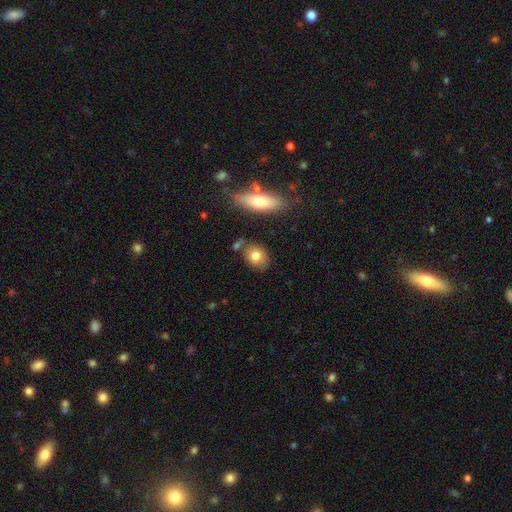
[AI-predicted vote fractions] Smooth or featured? Predicted: smooth (p=0.79). How rounded? Predicted: in between (p=0.50). Merging? Predicted: none (p=0.74).